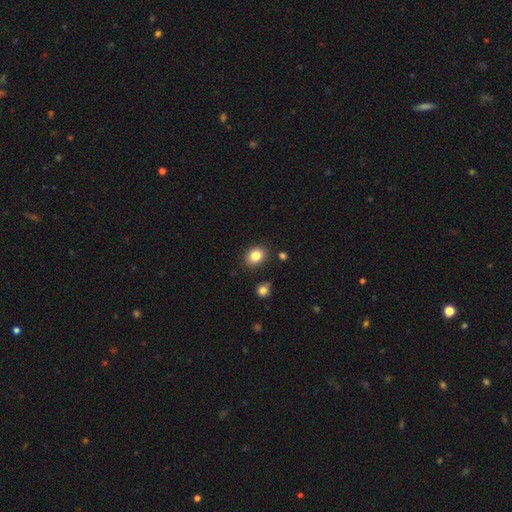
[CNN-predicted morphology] Smooth or featured: smooth — 83% (star or artifact — 10%)
How rounded: round — 51% (in between — 48%)
Merging: none — 85% (minor disturbance — 10%)